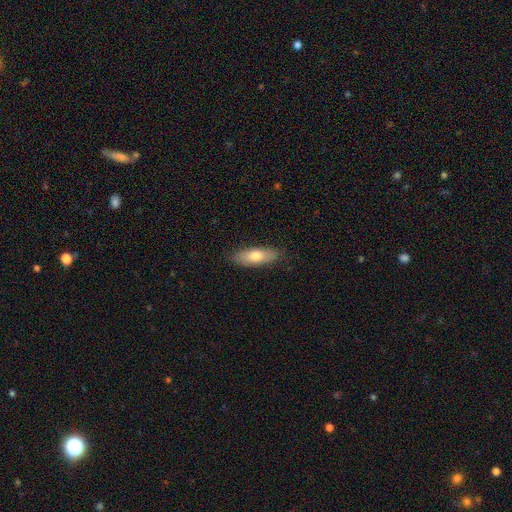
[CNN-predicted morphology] Overall: smooth (72%). How rounded: in between (61%; cigar-shaped 37%). Merging: none (85%).